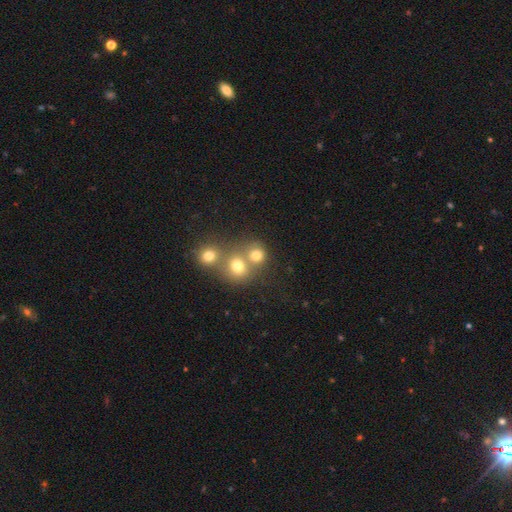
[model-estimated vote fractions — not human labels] Smooth or featured?
  - smooth: 71% *
  - star or artifact: 17%
  - featured or disk: 12%
How rounded?
  - round: 82% *
  - in between: 16%
  - cigar-shaped: 1%
Merging?
  - none: 49% *
  - merger: 41%
  - minor disturbance: 6%
  - major disturbance: 3%